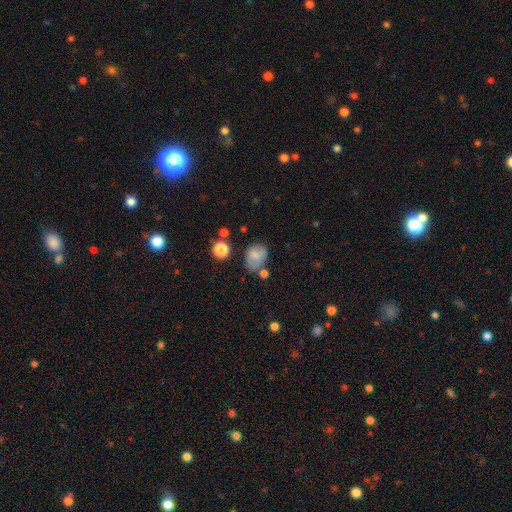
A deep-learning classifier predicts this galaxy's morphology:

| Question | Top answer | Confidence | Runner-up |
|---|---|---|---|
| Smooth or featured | smooth | 67% | featured or disk (21%) |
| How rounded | in between | 64% | round (35%) |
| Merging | none | 51% | minor disturbance (27%) |